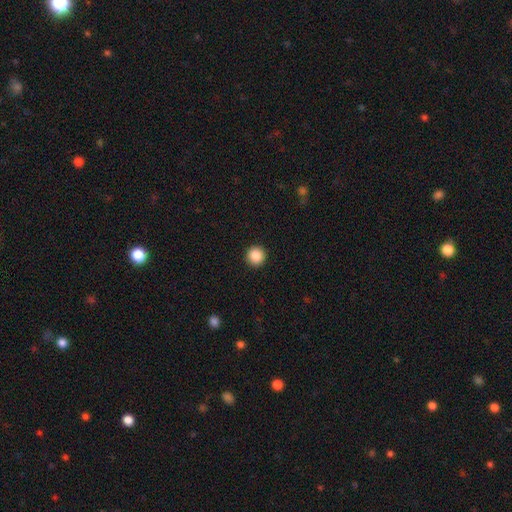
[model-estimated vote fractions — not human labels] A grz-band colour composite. It shows a smooth galaxy with no disk features (88%) that is round (96%). Merging: none (93%).